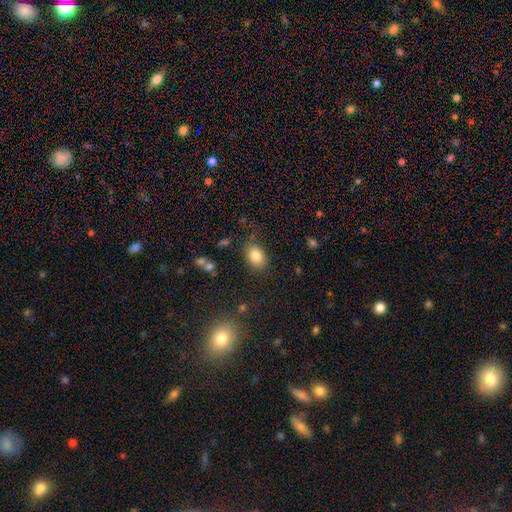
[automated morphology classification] A smooth galaxy with no disk features (83%) that is in between round and cigar-shaped (80%). Merging: none (82%).